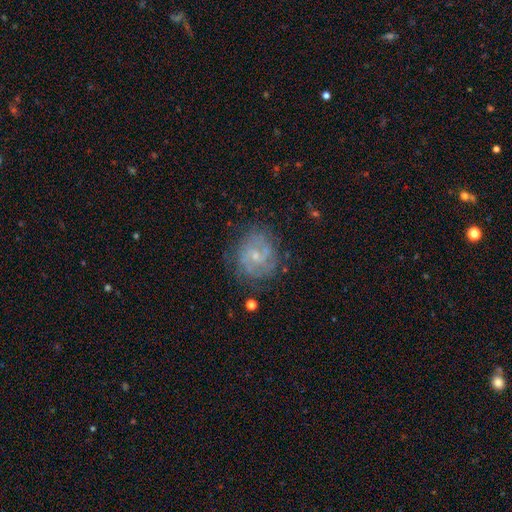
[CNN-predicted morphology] Q: Smooth or featured?
A: featured or disk (76%); runner-up: smooth (16%)
Q: Edge-on disk?
A: no (98%); runner-up: yes (2%)
Q: Bar?
A: no (51%); runner-up: weak (42%)
Q: Spiral arms?
A: yes (89%); runner-up: no (11%)
Q: Spiral winding?
A: tight (51%); runner-up: medium (38%)
Q: Spiral arm count?
A: 2 (46%); runner-up: can't tell (29%)
Q: Bulge size?
A: small (70%); runner-up: moderate (23%)
Q: Merging?
A: none (75%); runner-up: minor disturbance (17%)